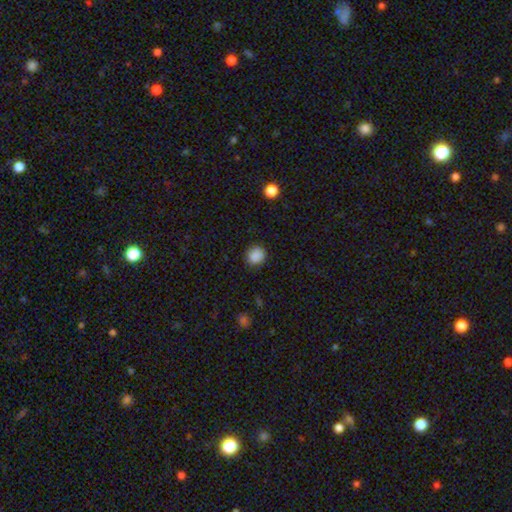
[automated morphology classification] Smooth or featured?
  - smooth: 88% *
  - star or artifact: 9%
  - featured or disk: 3%
How rounded?
  - round: 87% *
  - in between: 12%
  - cigar-shaped: 1%
Merging?
  - none: 89% *
  - minor disturbance: 8%
  - major disturbance: 2%
  - merger: 1%